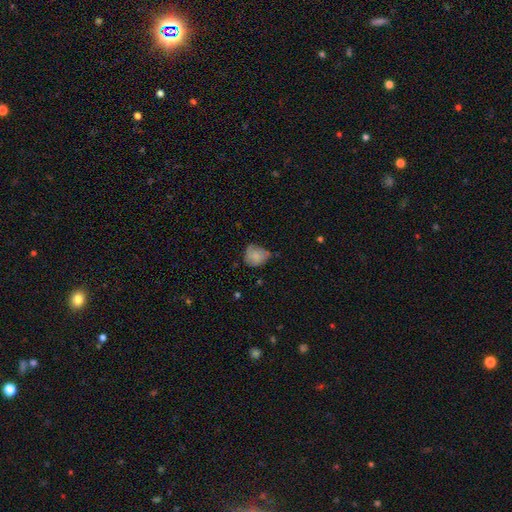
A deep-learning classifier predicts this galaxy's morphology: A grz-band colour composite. It shows a smooth galaxy with no disk features (74%) that is round (61%). Merging: minor disturbance (44%).